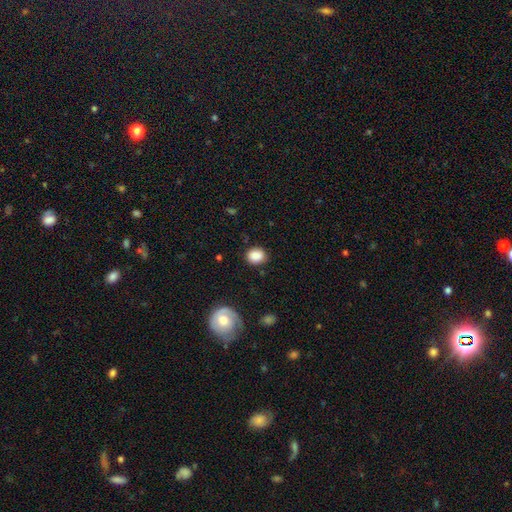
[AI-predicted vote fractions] Smooth or featured? Predicted: smooth (p=0.86). How rounded? Predicted: round (p=0.57). Merging? Predicted: none (p=0.82).